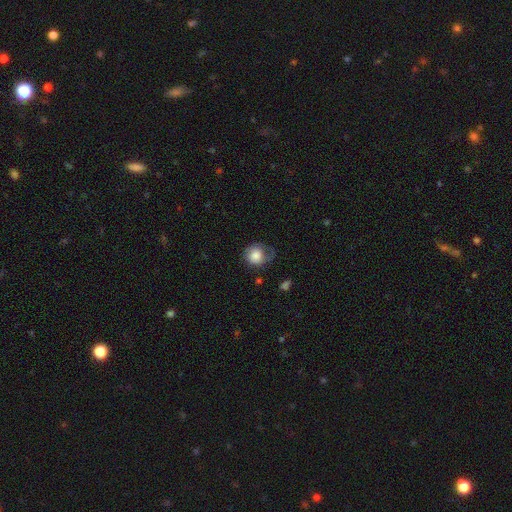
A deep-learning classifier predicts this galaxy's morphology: Smooth or featured?
  - smooth: 74% *
  - featured or disk: 18%
  - star or artifact: 8%
How rounded?
  - round: 74% *
  - in between: 25%
  - cigar-shaped: 1%
Merging?
  - none: 39% *
  - minor disturbance: 31%
  - major disturbance: 27%
  - merger: 2%